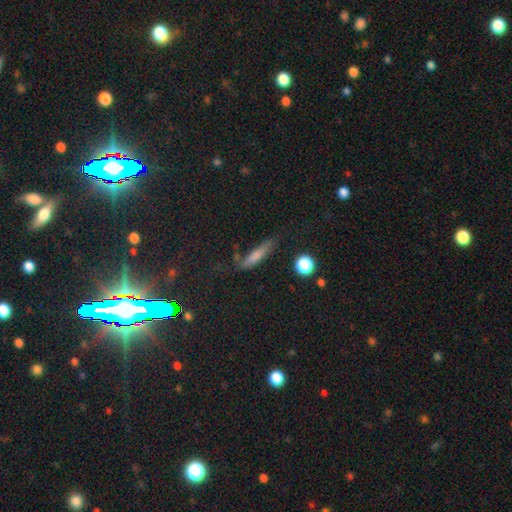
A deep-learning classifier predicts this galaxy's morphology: type=smooth (69%); roundness=cigar-shaped (78%); merging=none (64%).